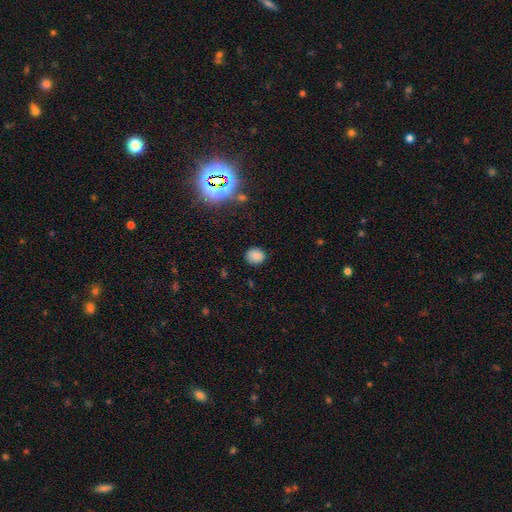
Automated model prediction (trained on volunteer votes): Q: Smooth or featured?
A: smooth (81%); runner-up: star or artifact (14%)
Q: How rounded?
A: round (72%); runner-up: in between (27%)
Q: Merging?
A: none (85%); runner-up: minor disturbance (11%)